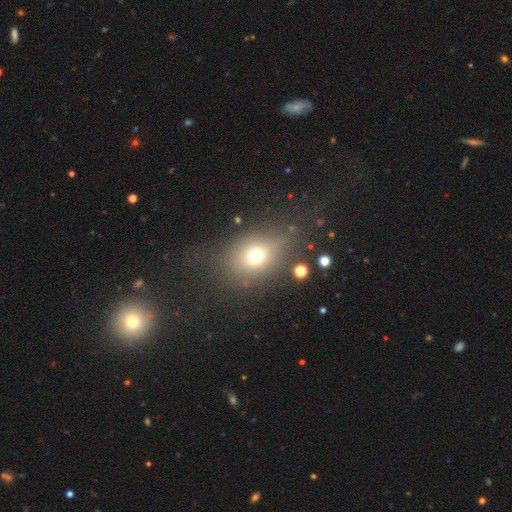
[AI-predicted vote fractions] smooth_or_featured: smooth (p=0.67) [alt: star or artifact p=0.17]
how_rounded: in between (p=0.58) [alt: round p=0.40]
merging: none (p=0.67) [alt: minor disturbance p=0.17]